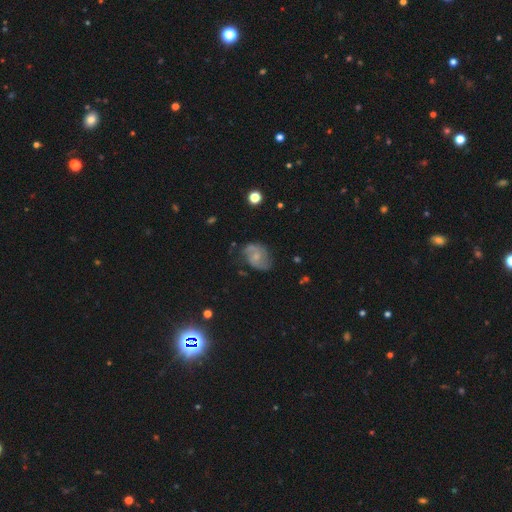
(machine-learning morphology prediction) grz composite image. It shows a featured or disk galaxy (65%) with no bar (59%), 2 (79%) medium (46%) spiral arms (87%) and a small central bulge (56%). Merging: none (62%).